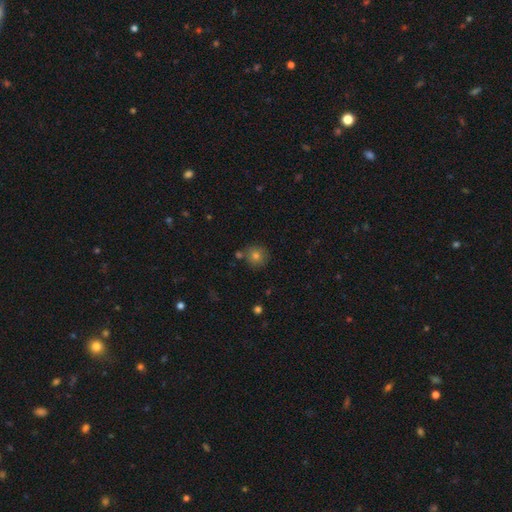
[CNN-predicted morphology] smooth-or-featured: smooth: 78% | star or artifact: 13% | featured or disk: 9%
  how-rounded: round: 93% | in between: 6% | cigar-shaped: 1%
  merging: none: 81% | minor disturbance: 9% | merger: 8% | major disturbance: 2%